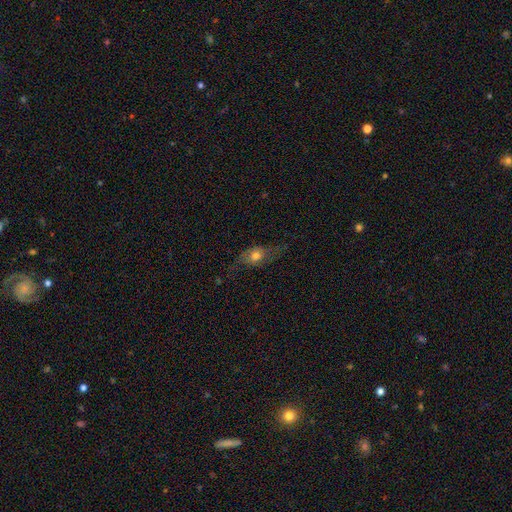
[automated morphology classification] smooth 52%, featured or disk 38%, star or artifact 10%. Down the decision tree: how rounded — in between (68%); merging — none (54%).